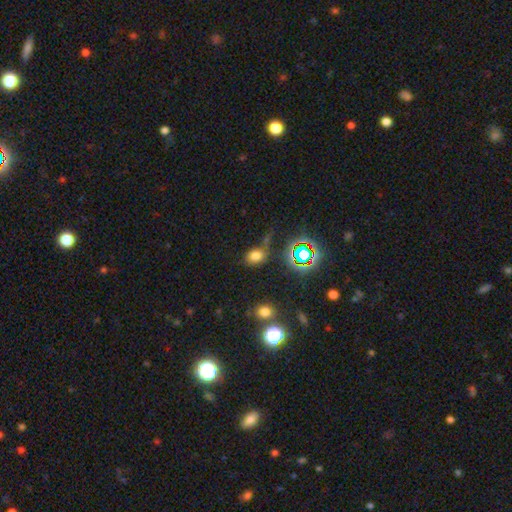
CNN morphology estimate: A smooth galaxy with no disk features (69%) that is in between round and cigar-shaped (65%). Merging: none (66%).